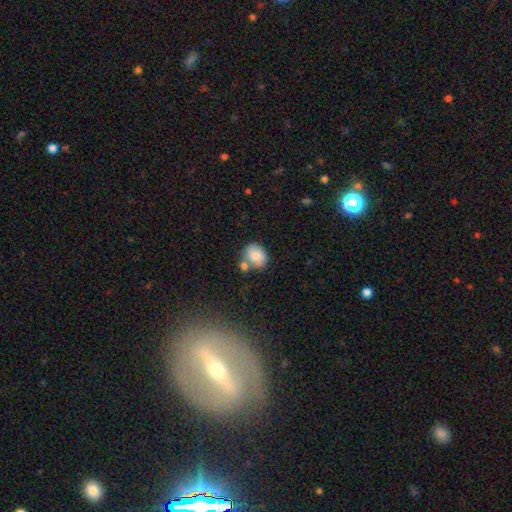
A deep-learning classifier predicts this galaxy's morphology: Overall: smooth (82%). How rounded: in between (62%; round 37%). Merging: none (53%; merger 24%).